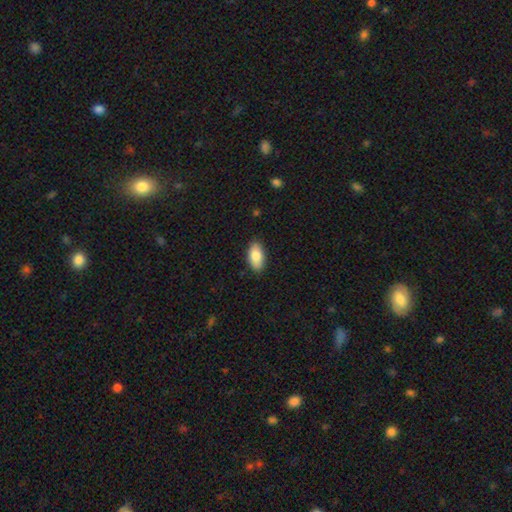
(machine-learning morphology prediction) type=smooth (82%); roundness=in between (93%); merging=none (88%).